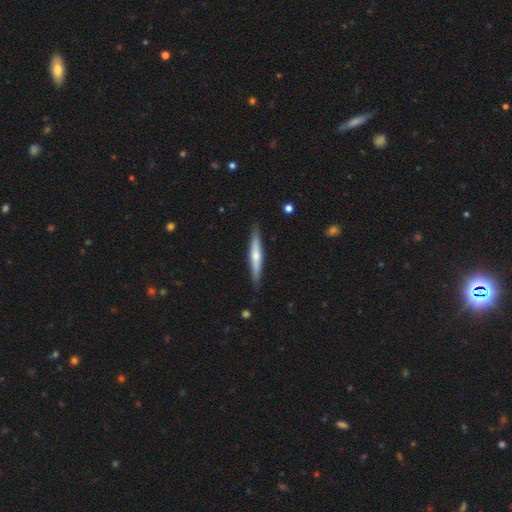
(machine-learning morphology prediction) Smooth or featured? Predicted: smooth (p=0.48). Merging? Predicted: none (p=0.88).